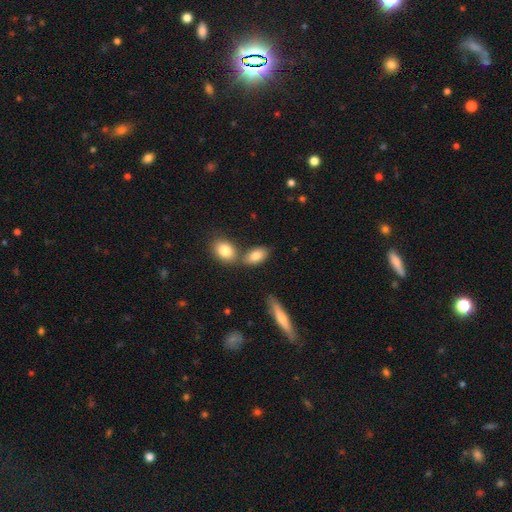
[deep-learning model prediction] This appears to be a smooth galaxy with no disk features (80%) that is in between round and cigar-shaped (89%). Merging: none (61%).